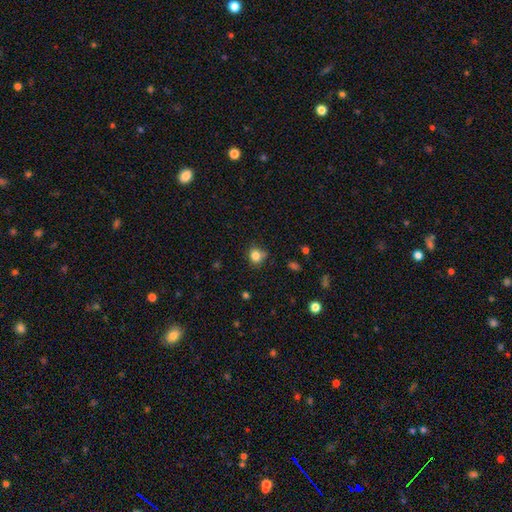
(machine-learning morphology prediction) smooth 83%, star or artifact 12%, featured or disk 6%. Down the decision tree: how rounded — round (73%); merging — none (67%).